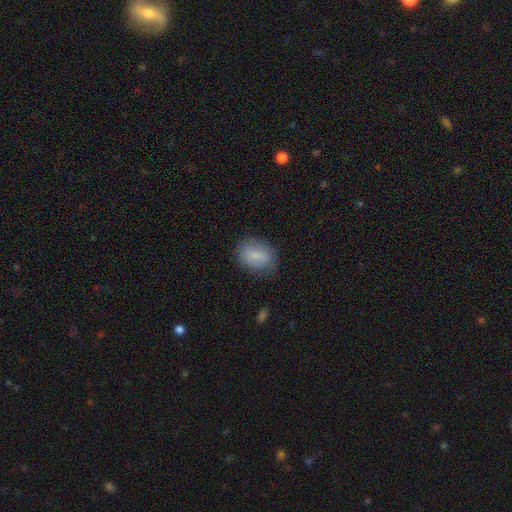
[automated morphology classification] The model was most divided on "how rounded": in between: 67%, round: 31%, cigar-shaped: 2%. More confident: smooth or featured — smooth (79%); merging — none (78%).